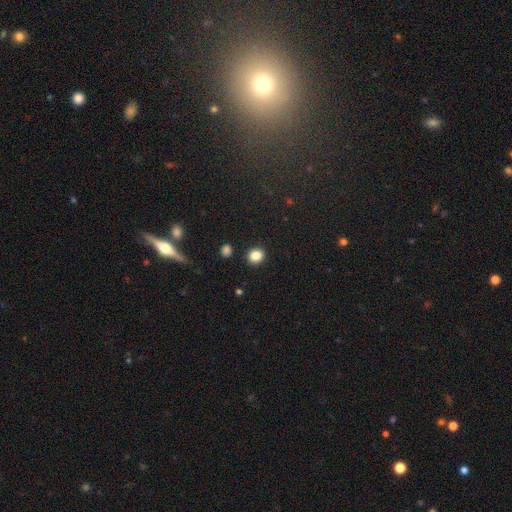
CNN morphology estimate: Smooth or featured?
  - smooth: 86% *
  - star or artifact: 10%
  - featured or disk: 4%
How rounded?
  - round: 69% *
  - in between: 30%
  - cigar-shaped: 1%
Merging?
  - none: 90% *
  - minor disturbance: 6%
  - major disturbance: 2%
  - merger: 2%